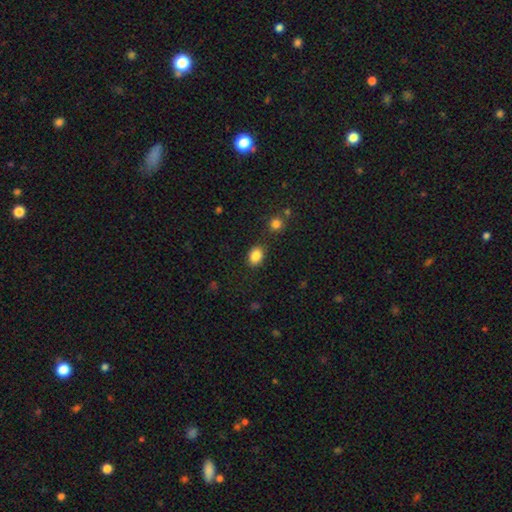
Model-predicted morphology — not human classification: Smooth or featured? Predicted: smooth (p=0.86). How rounded? Predicted: in between (p=0.67). Merging? Predicted: none (p=0.83).